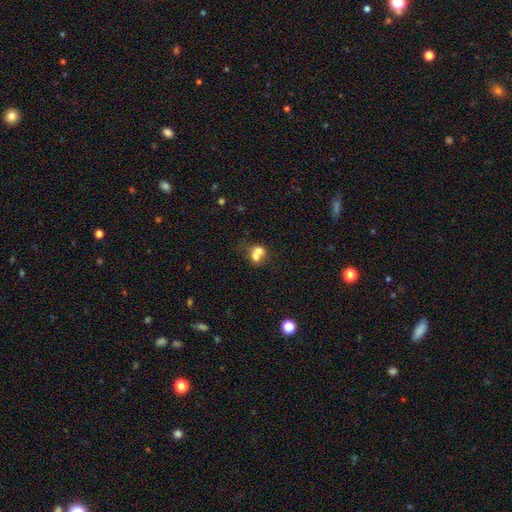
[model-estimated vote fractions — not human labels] Q: Smooth or featured?
A: smooth (65%); runner-up: featured or disk (23%)
Q: How rounded?
A: round (65%); runner-up: in between (33%)
Q: Merging?
A: merger (66%); runner-up: none (24%)